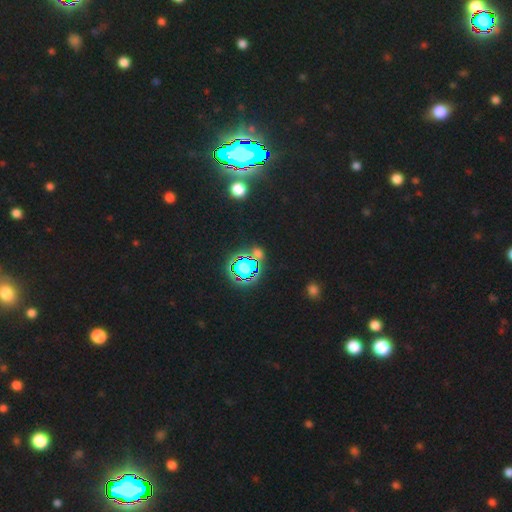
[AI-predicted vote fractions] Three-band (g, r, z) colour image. It shows a star or artifact, not a galaxy (74%).